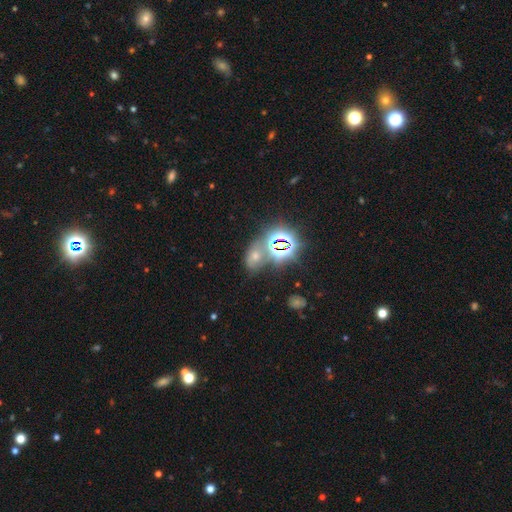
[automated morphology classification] Overall: star or artifact (47%; smooth 40%).